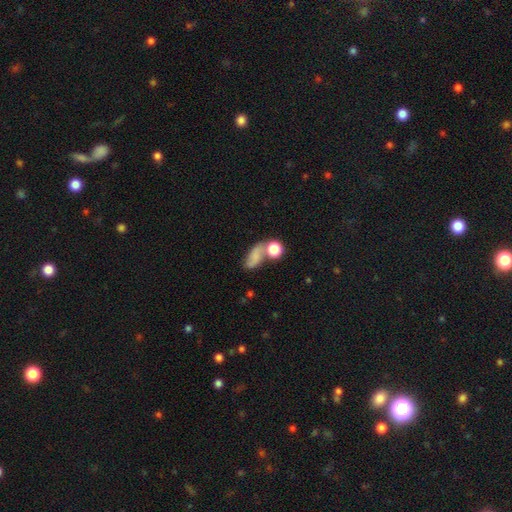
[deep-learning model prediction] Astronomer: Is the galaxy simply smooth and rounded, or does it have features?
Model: smooth — 64%.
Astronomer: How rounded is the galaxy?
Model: in between — 70%.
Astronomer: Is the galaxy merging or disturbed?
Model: none — 39% (runner-up: merger, 29%).